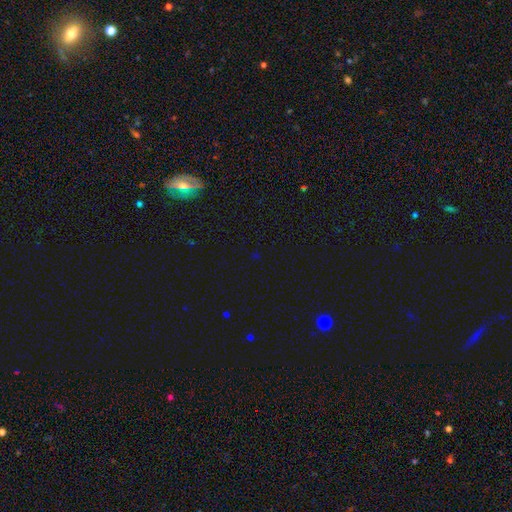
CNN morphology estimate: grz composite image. It shows a star or artifact, not a galaxy (68%).